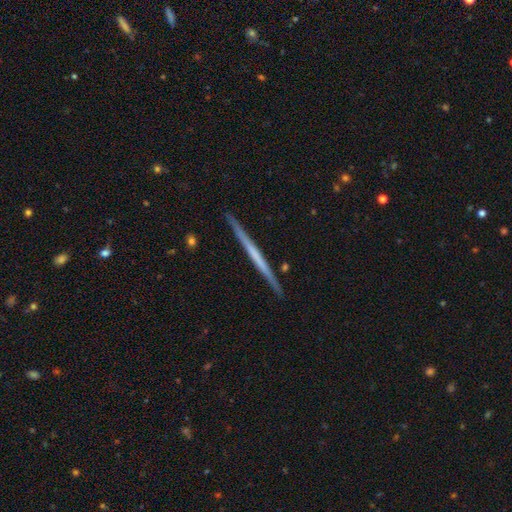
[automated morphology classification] Q: Smooth or featured?
A: featured or disk (60%); runner-up: smooth (35%)
Q: Edge-on disk?
A: yes (98%); runner-up: no (2%)
Q: Edge-on bulge?
A: none (90%); runner-up: rounded (6%)
Q: Merging?
A: none (91%); runner-up: minor disturbance (6%)